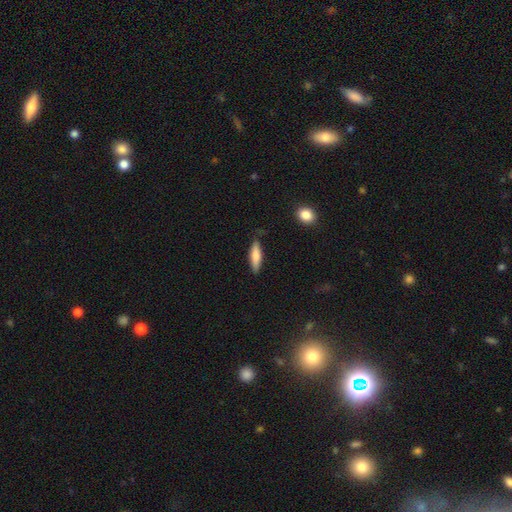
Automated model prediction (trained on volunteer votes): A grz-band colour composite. It shows a smooth galaxy with no disk features (72%) that is cigar-shaped (65%). Merging: none (78%).